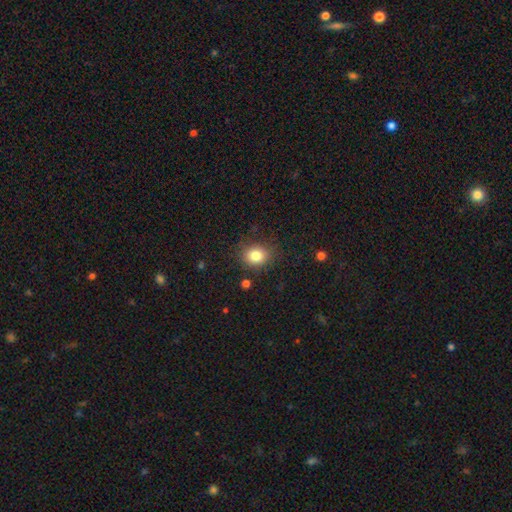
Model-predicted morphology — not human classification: type=smooth (83%); roundness=round (63%); merging=none (83%).